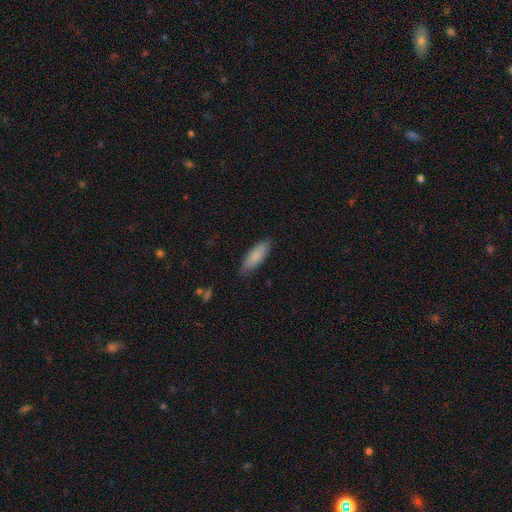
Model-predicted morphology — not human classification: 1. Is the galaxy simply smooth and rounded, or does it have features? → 86% smooth, 9% featured or disk, 6% star or artifact.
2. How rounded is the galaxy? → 56% in between, 42% cigar-shaped, 1% round.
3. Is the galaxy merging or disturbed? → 84% none, 13% minor disturbance, 2% major disturbance, 1% merger.